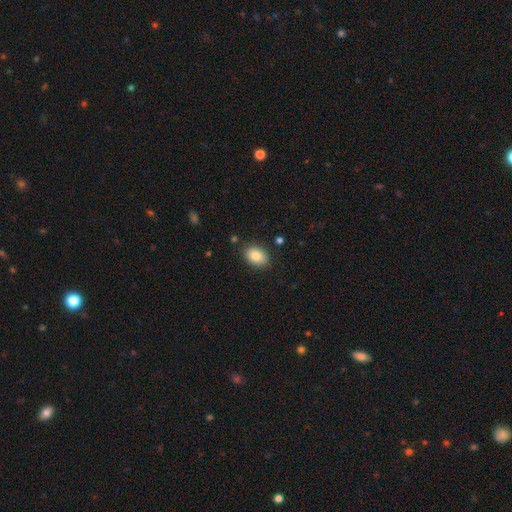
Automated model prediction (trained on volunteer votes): This appears to be a smooth galaxy with no disk features (84%) that is in between round and cigar-shaped (74%). Merging: none (85%).